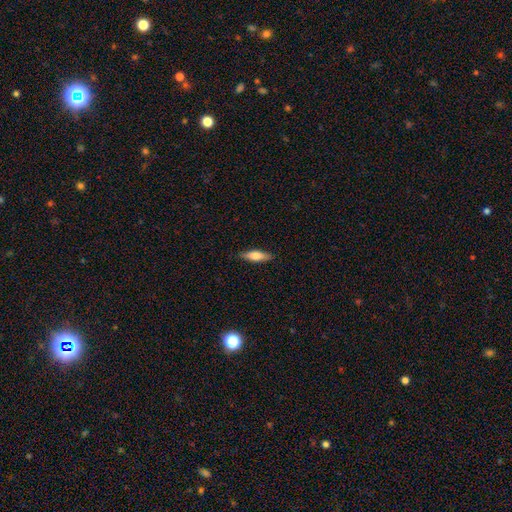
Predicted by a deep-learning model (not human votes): A smooth galaxy with no disk features (69%) that is cigar-shaped (53%). Merging: none (87%).